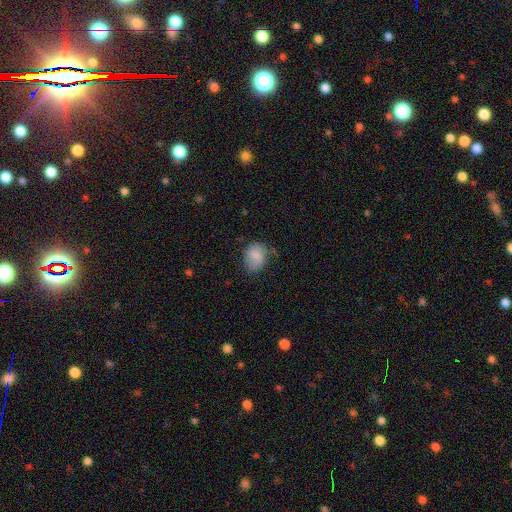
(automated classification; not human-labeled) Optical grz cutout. It shows a smooth galaxy with no disk features (75%) that is in between round and cigar-shaped (53%). Merging: none (50%).